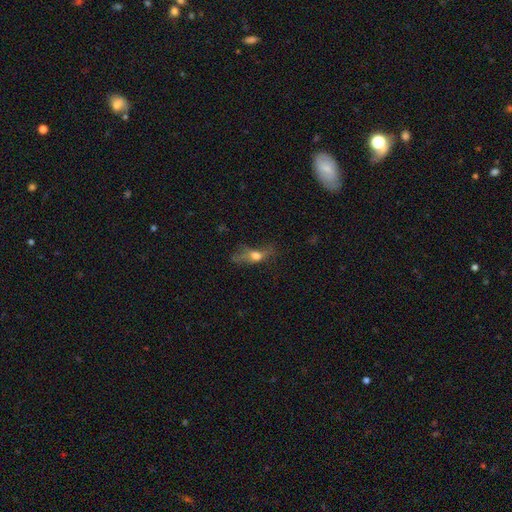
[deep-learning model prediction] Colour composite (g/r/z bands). It shows a smooth galaxy with no disk features (52%) that is in between round and cigar-shaped (63%). Merging: major disturbance (40%).